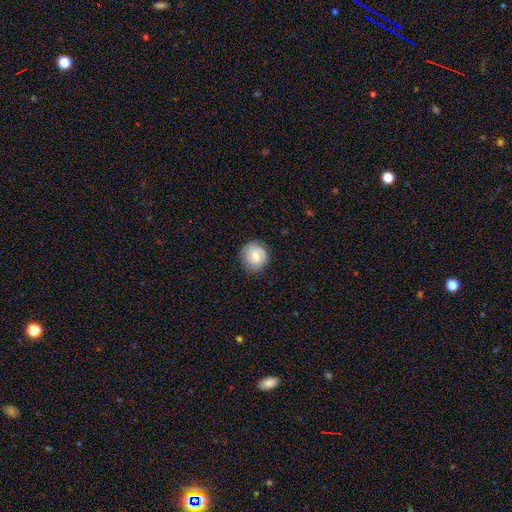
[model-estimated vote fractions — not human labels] smooth_or_featured: smooth (p=0.56) [alt: featured or disk p=0.36]
how_rounded: round (p=0.88) [alt: in between p=0.11]
merging: none (p=0.83) [alt: minor disturbance p=0.13]